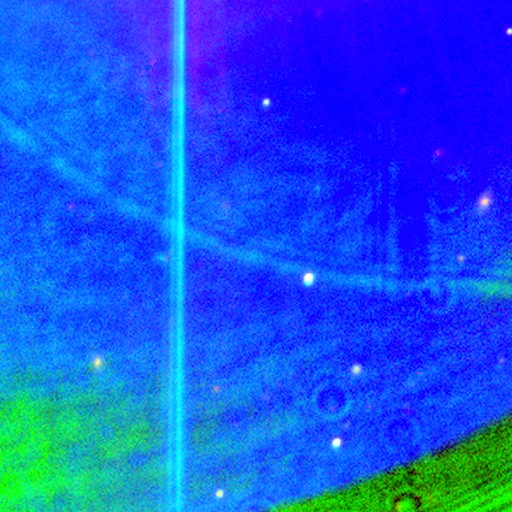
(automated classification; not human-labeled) Smooth or featured?
  - star or artifact: 89% *
  - featured or disk: 6%
  - smooth: 4%